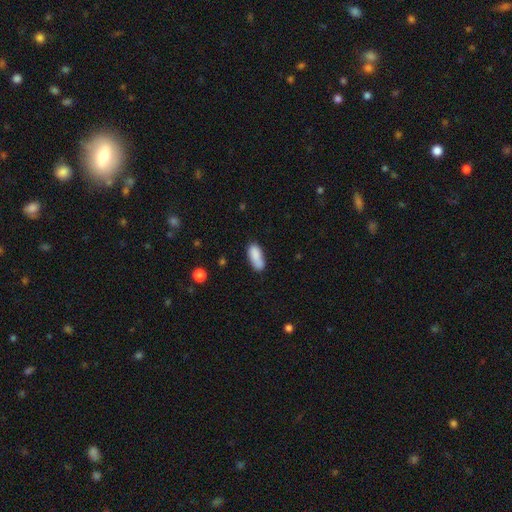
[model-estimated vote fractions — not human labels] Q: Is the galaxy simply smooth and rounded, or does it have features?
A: smooth — 85%.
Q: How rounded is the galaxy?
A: in between — 79%.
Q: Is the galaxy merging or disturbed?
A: none — 64%.